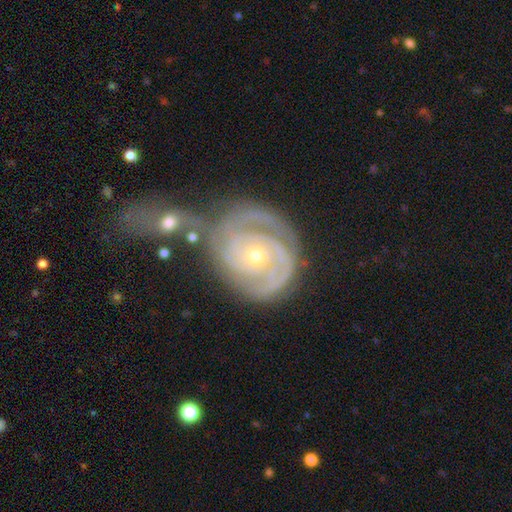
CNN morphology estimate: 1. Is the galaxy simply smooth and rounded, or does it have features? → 90% featured or disk, 5% smooth, 5% star or artifact.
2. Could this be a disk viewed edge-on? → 97% no, 3% yes.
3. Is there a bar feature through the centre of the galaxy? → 74% no, 19% weak, 6% strong.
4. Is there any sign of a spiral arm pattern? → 98% yes, 2% no.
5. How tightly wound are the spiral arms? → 80% tight, 17% medium, 3% loose.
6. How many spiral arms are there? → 43% 2, 26% 3, 15% can't tell, 6% 4, 6% 1, 5% more than 4.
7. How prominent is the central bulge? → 61% small, 37% moderate, 1% large, 1% none, 1% dominant.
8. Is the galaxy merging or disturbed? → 46% none, 28% merger, 17% minor disturbance, 9% major disturbance.